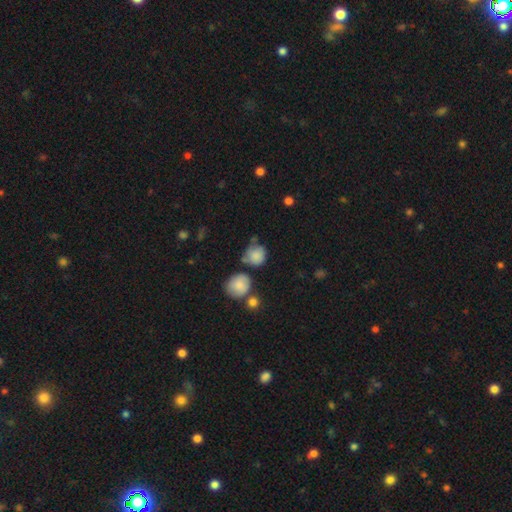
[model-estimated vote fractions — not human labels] Smooth or featured? Predicted: smooth (p=0.83). How rounded? Predicted: round (p=0.83). Merging? Predicted: none (p=0.55).